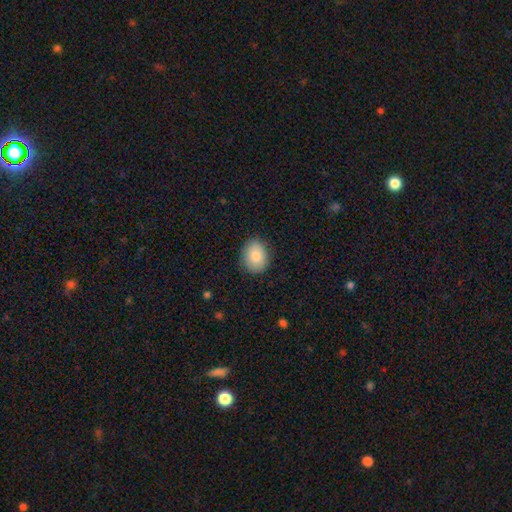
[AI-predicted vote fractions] Smooth or featured?
  - smooth: 84% *
  - featured or disk: 9%
  - star or artifact: 7%
How rounded?
  - in between: 51% *
  - round: 48%
  - cigar-shaped: 1%
Merging?
  - none: 86% *
  - minor disturbance: 11%
  - major disturbance: 3%
  - merger: 1%